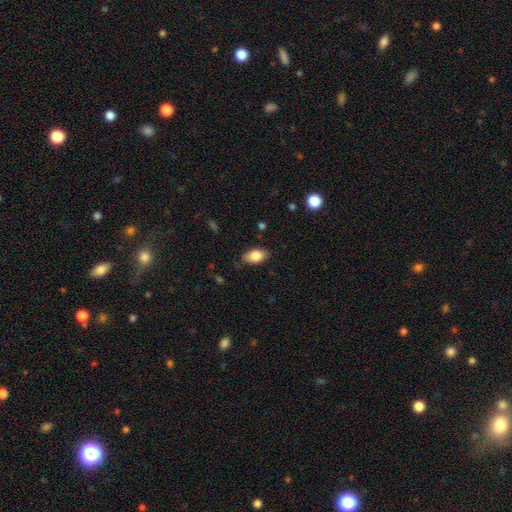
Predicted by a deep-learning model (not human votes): smooth-or-featured: smooth: 83% | featured or disk: 10% | star or artifact: 7%
  how-rounded: in between: 91% | round: 7% | cigar-shaped: 2%
  merging: none: 82% | minor disturbance: 14% | major disturbance: 3% | merger: 1%